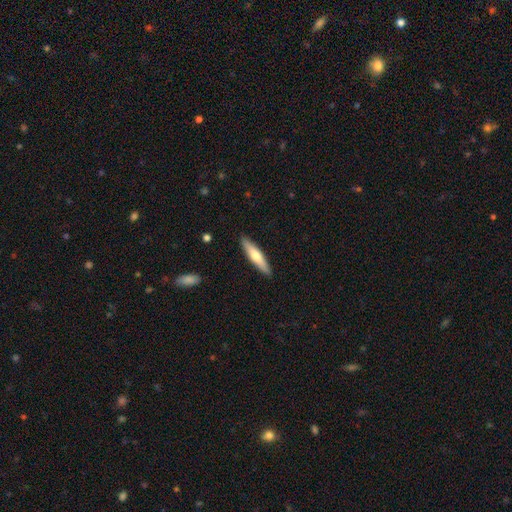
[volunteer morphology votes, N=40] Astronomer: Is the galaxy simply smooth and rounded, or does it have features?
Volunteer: featured or disk — 52% (runner-up: smooth, 48%).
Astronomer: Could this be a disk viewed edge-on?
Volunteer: yes — 90%.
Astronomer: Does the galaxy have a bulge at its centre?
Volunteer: rounded — 89%.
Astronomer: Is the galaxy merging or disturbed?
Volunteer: none — 92%.